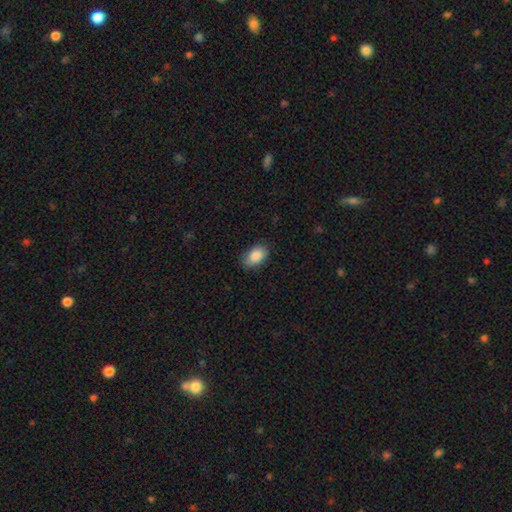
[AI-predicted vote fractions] Q: Smooth or featured?
A: smooth (87%); runner-up: star or artifact (7%)
Q: How rounded?
A: in between (90%); runner-up: round (9%)
Q: Merging?
A: none (79%); runner-up: minor disturbance (16%)